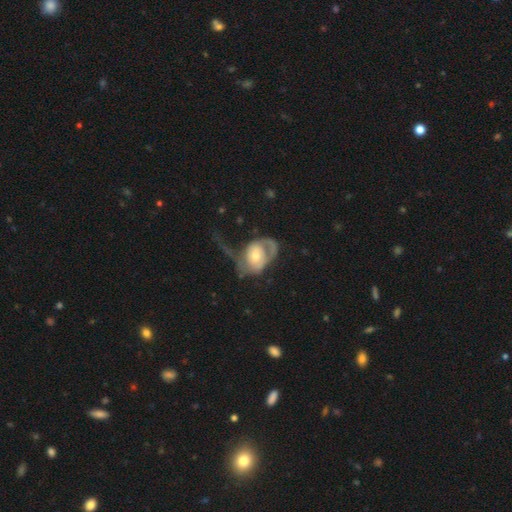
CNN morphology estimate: smooth-or-featured: featured or disk: 61% | smooth: 33% | star or artifact: 6%
  disk-edge-on: no: 95% | yes: 5%
    bar: no: 69% | weak: 25% | strong: 6%
    has-spiral-arms: yes: 64% | no: 36%
    bulge-size: moderate: 65% | small: 22% | large: 11% | none: 1% | dominant: 1%
  merging: major disturbance: 57% | none: 21% | minor disturbance: 18% | merger: 4%